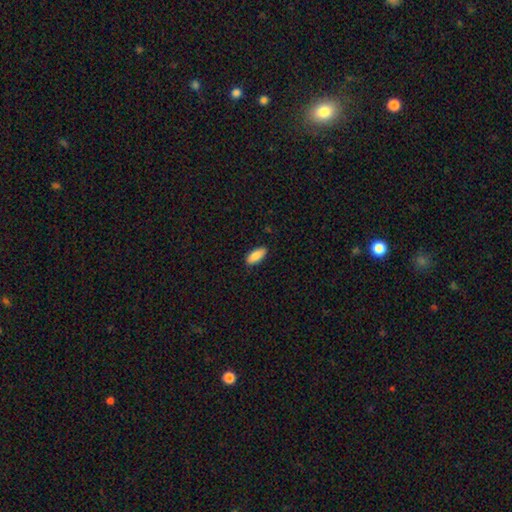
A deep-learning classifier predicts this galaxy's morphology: A smooth galaxy with no disk features (88%) that is in between round and cigar-shaped (87%).

Vote fractions:
- Smooth or featured? smooth: 88% / star or artifact: 6% / featured or disk: 6%
- How rounded? in between: 87% / cigar-shaped: 11% / round: 2%
- Merging? none: 87% / minor disturbance: 10% / major disturbance: 2% / merger: 1%